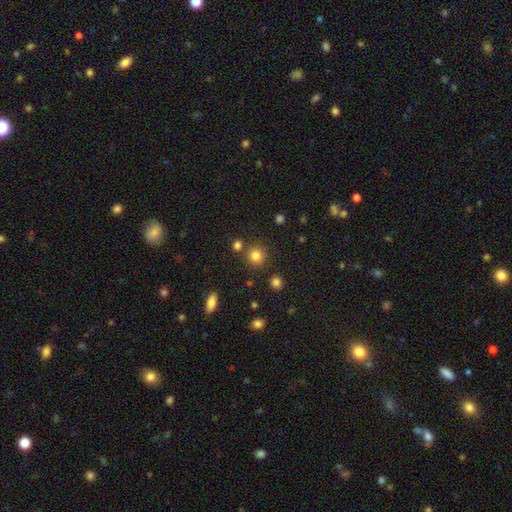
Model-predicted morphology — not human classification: Smooth or featured? Predicted: smooth (p=0.81). How rounded? Predicted: round (p=0.92). Merging? Predicted: none (p=0.82).